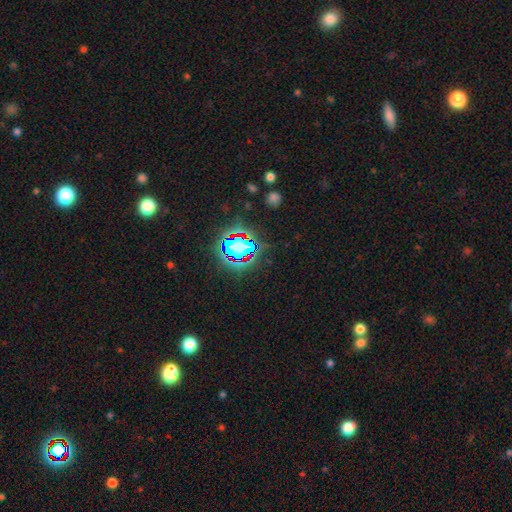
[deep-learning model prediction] smooth-or-featured: star or artifact: 83% | smooth: 10% | featured or disk: 7%